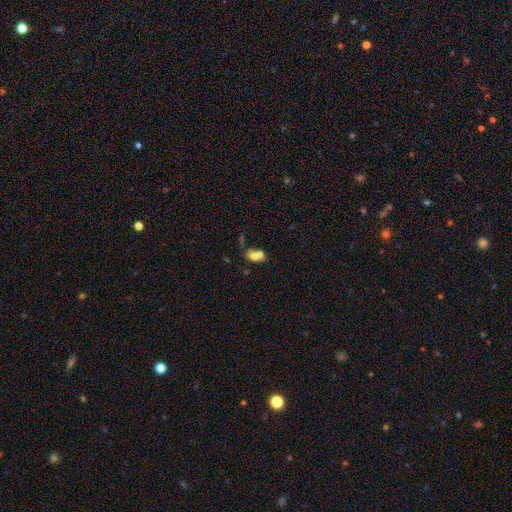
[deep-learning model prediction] A smooth galaxy with no disk features (64%) that is in between round and cigar-shaped (68%). Merging: merger (61%).